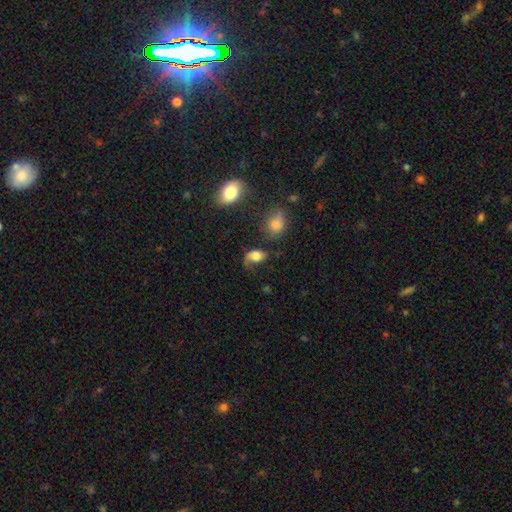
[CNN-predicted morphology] This appears to be a smooth galaxy with no disk features (57%) that is in between round and cigar-shaped (75%). Merging: none (38%).